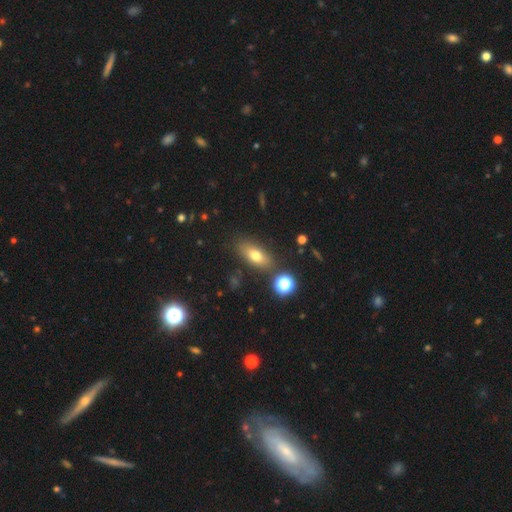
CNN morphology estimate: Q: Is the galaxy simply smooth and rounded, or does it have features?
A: smooth — 70%.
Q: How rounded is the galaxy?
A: in between — 74%.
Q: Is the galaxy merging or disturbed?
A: none — 80%.